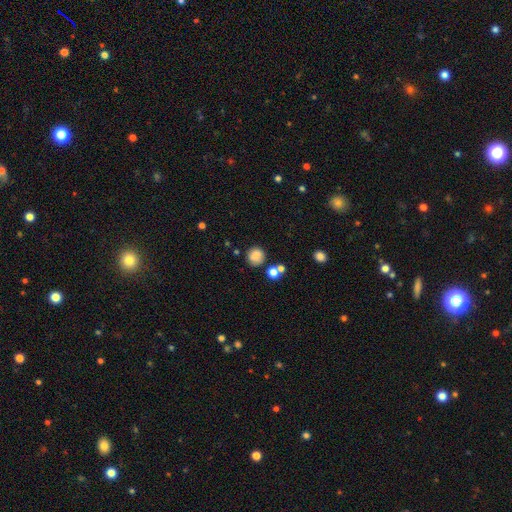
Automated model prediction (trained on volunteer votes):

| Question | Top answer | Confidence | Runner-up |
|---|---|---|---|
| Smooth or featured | smooth | 80% | star or artifact (12%) |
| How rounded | round | 86% | in between (13%) |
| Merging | none | 74% | minor disturbance (13%) |